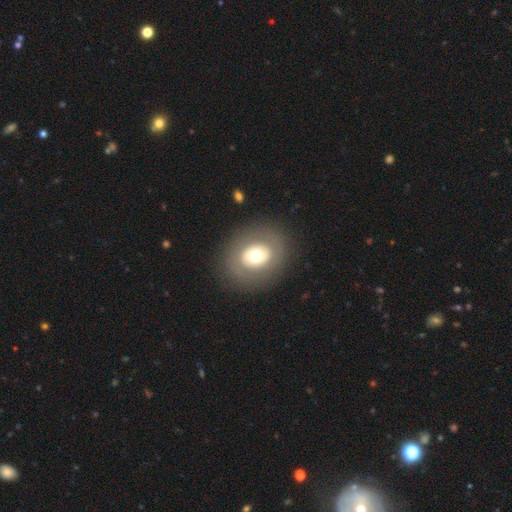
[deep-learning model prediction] This is possibly a smooth galaxy (54%). How rounded: likely round (70%). Merging: clearly none (85%).